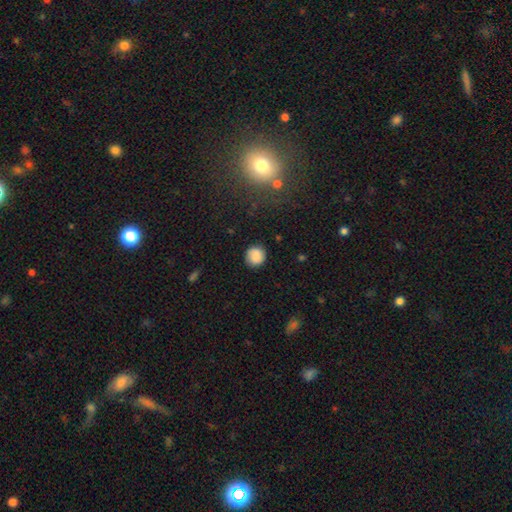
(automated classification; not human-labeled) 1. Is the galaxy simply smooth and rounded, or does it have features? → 83% smooth, 9% star or artifact, 8% featured or disk.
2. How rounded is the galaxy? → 90% round, 9% in between, 1% cigar-shaped.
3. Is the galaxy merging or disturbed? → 86% none, 10% minor disturbance, 3% major disturbance, 1% merger.